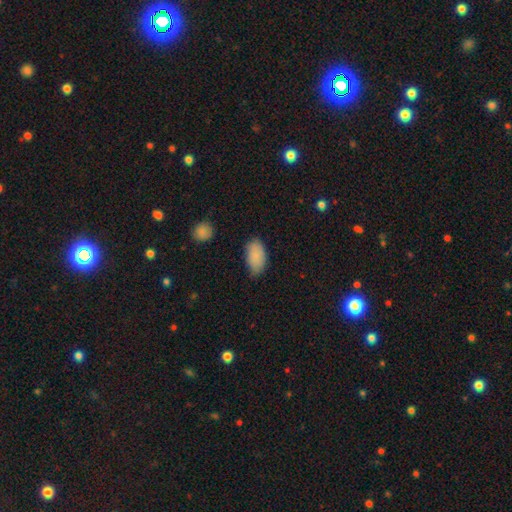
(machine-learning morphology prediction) The model was most divided on "merging": none: 73%, minor disturbance: 22%, major disturbance: 4%, merger: 2%. More confident: how rounded — in between (94%); smooth or featured — smooth (88%).